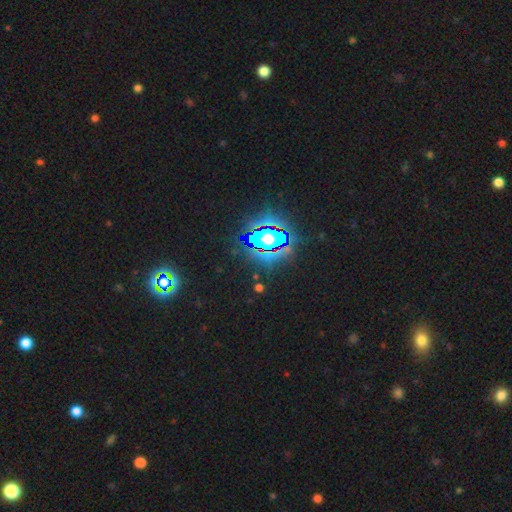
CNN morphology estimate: Smooth or featured? star or artifact (84%)